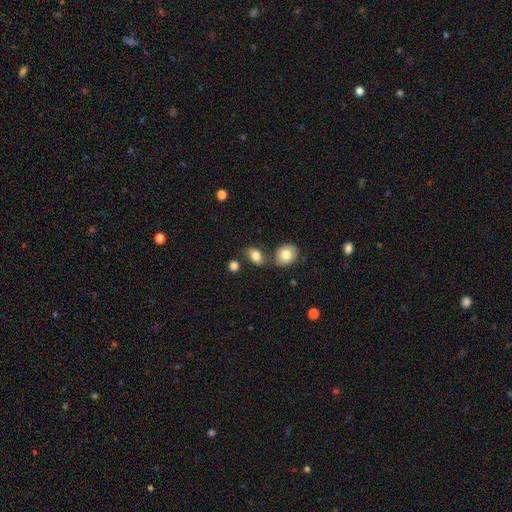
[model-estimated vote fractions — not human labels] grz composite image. It shows a smooth galaxy with no disk features (81%) that is in between round and cigar-shaped (74%). Merging: none (63%).